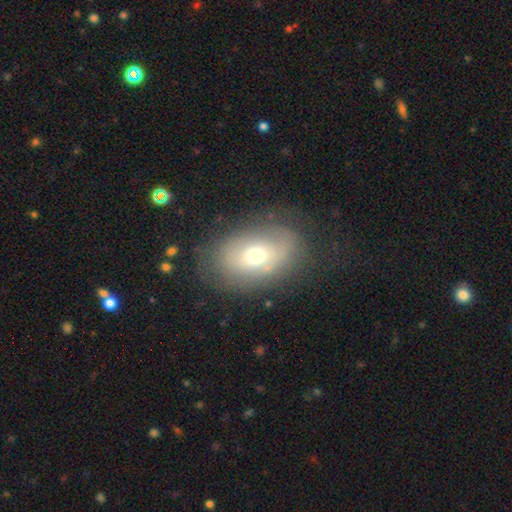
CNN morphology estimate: A smooth galaxy with no disk features (57%) that is in between round and cigar-shaped (81%).

Vote fractions:
- Smooth or featured? smooth: 57% / featured or disk: 32% / star or artifact: 11%
- How rounded? in between: 81% / round: 18% / cigar-shaped: 1%
- Merging? none: 69% / minor disturbance: 19% / major disturbance: 10% / merger: 2%